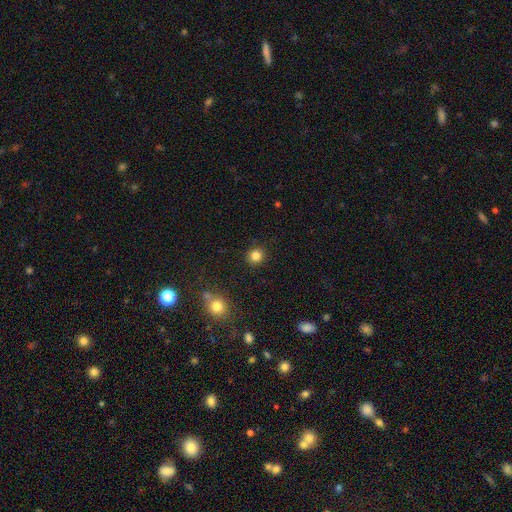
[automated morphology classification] A smooth galaxy with no disk features (84%) that is round (90%). Merging: none (90%).